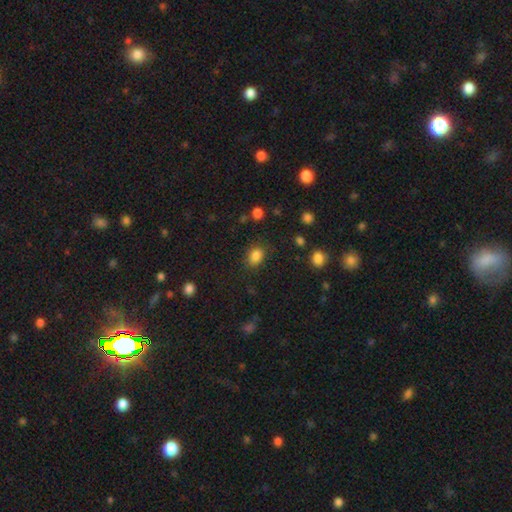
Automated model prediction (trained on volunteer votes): Overall: smooth (84%). How rounded: in between (70%). Merging: none (80%).